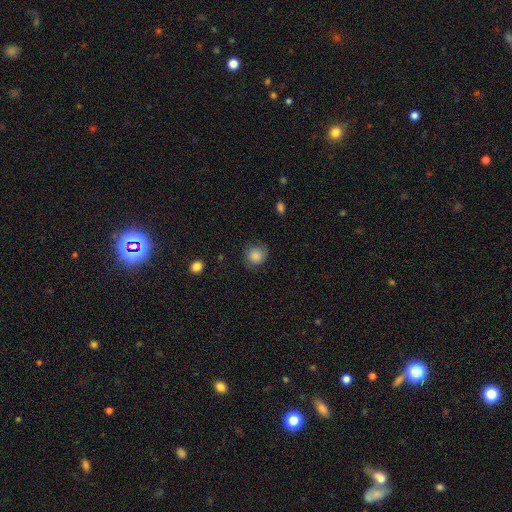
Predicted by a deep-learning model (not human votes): smooth_or_featured: smooth (p=0.84) [alt: star or artifact p=0.09]
how_rounded: round (p=0.86) [alt: in between p=0.14]
merging: none (p=0.75) [alt: minor disturbance p=0.18]